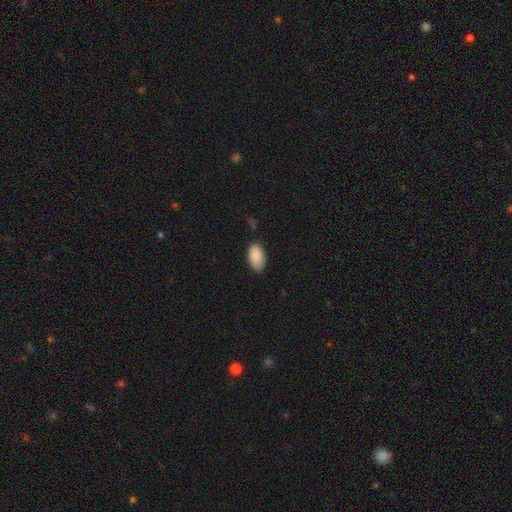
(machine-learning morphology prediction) smooth 89%, star or artifact 7%, featured or disk 4%. Down the decision tree: how rounded — in between (95%); merging — none (79%).